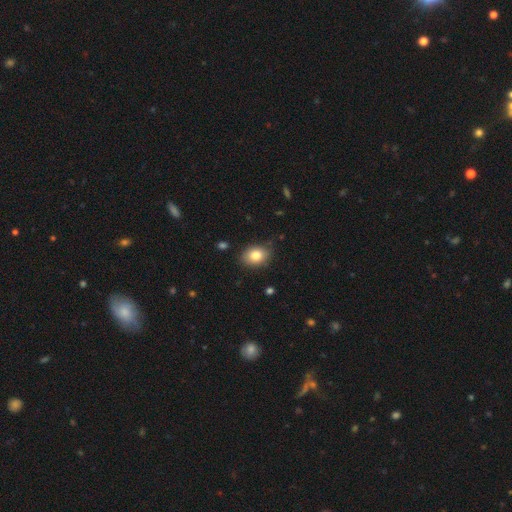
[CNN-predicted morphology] Smooth or featured?
  - smooth: 82% *
  - featured or disk: 9%
  - star or artifact: 9%
How rounded?
  - in between: 65% *
  - round: 34%
  - cigar-shaped: 1%
Merging?
  - none: 80% *
  - minor disturbance: 16%
  - major disturbance: 3%
  - merger: 2%